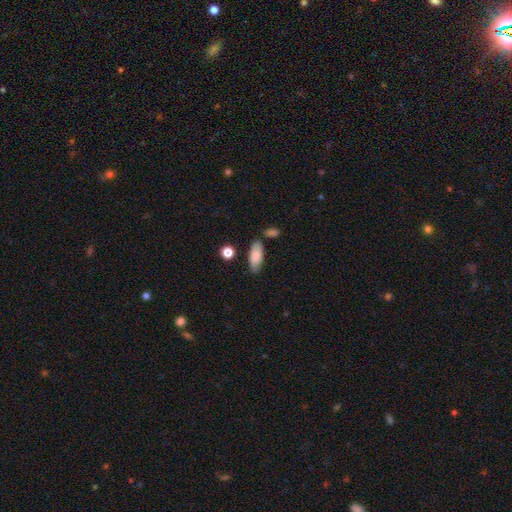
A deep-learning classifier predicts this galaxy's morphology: smooth 84%, featured or disk 10%, star or artifact 6%. Down the decision tree: how rounded — in between (78%); merging — none (78%).